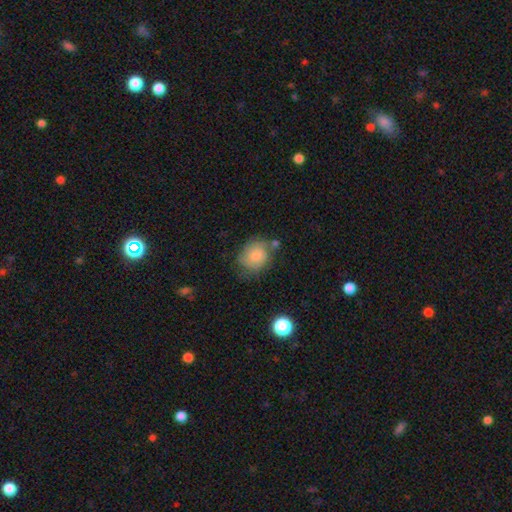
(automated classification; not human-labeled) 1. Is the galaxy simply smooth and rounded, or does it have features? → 71% smooth, 20% featured or disk, 8% star or artifact.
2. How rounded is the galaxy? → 55% round, 44% in between, 1% cigar-shaped.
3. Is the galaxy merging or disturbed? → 53% none, 29% minor disturbance, 11% major disturbance, 7% merger.